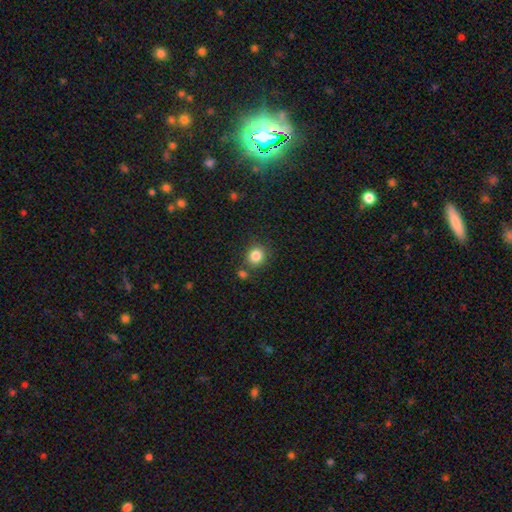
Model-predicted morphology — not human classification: The model was most divided on "merging": none: 77%, merger: 10%, minor disturbance: 10%, major disturbance: 3%. More confident: how rounded — round (84%); smooth or featured — smooth (84%).